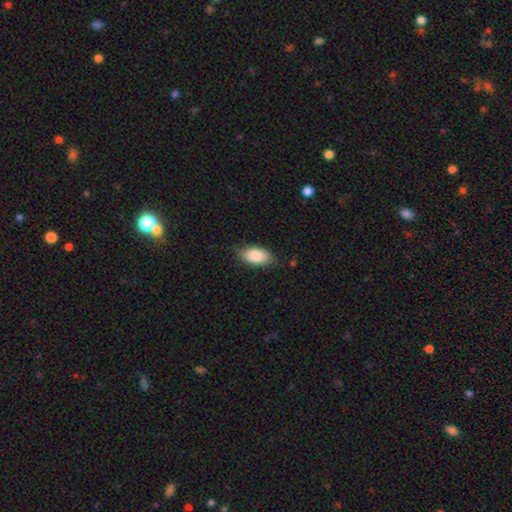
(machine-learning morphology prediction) A smooth galaxy with no disk features (86%) that is in between round and cigar-shaped (93%).

Vote fractions:
- Smooth or featured? smooth: 86% / featured or disk: 8% / star or artifact: 6%
- How rounded? in between: 93% / round: 3% / cigar-shaped: 3%
- Merging? none: 78% / minor disturbance: 18% / major disturbance: 3% / merger: 1%